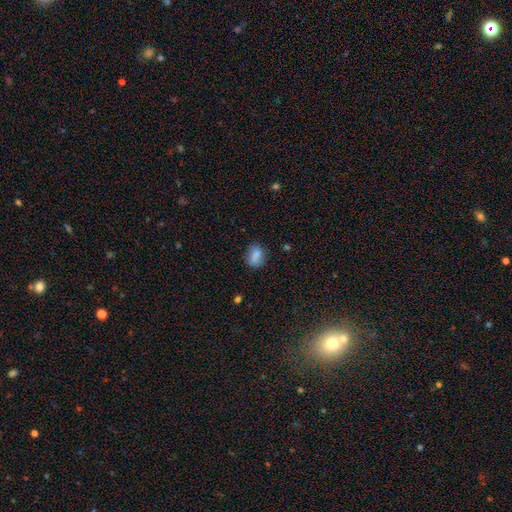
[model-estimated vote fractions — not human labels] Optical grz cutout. It shows a smooth galaxy with no disk features (79%) that is in between round and cigar-shaped (62%). Merging: none (71%).